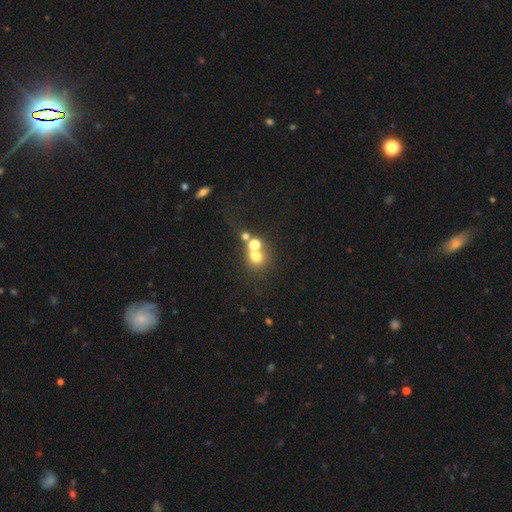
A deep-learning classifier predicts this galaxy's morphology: Q: Smooth or featured?
A: smooth (65%); runner-up: star or artifact (20%)
Q: How rounded?
A: round (78%); runner-up: in between (21%)
Q: Merging?
A: merger (44%); runner-up: none (42%)